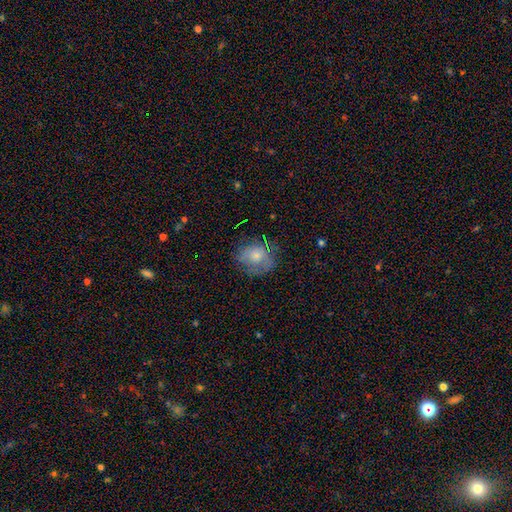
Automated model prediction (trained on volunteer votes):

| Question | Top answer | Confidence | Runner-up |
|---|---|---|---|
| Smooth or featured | smooth | 61% | featured or disk (30%) |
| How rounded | round | 68% | in between (31%) |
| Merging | none | 59% | minor disturbance (25%) |